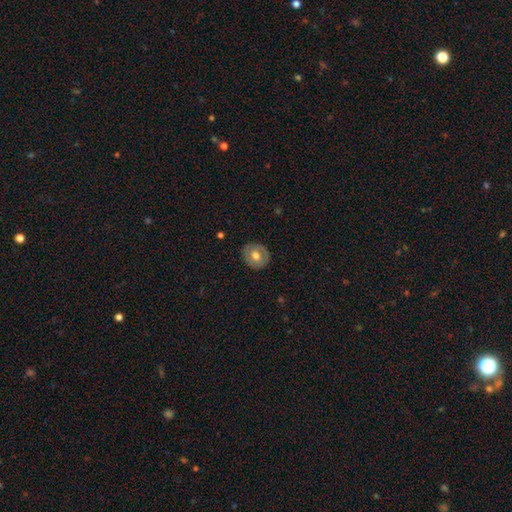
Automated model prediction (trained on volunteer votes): smooth_or_featured: smooth (p=0.57) [alt: featured or disk p=0.37]
how_rounded: round (p=0.76) [alt: in between p=0.23]
merging: none (p=0.84) [alt: minor disturbance p=0.12]